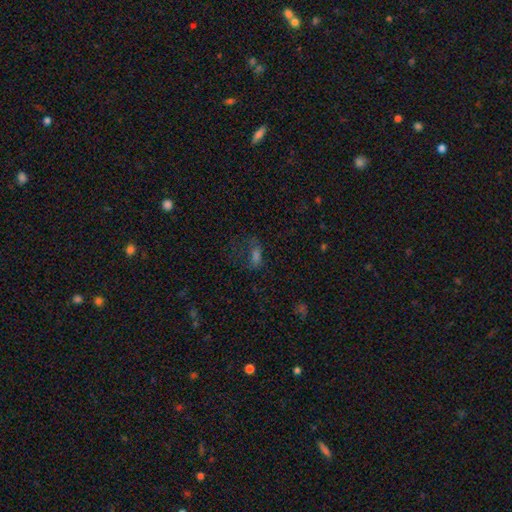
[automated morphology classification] Smooth or featured?
  - smooth: 54% *
  - star or artifact: 29%
  - featured or disk: 17%
How rounded?
  - in between: 75% *
  - cigar-shaped: 14%
  - round: 11%
Merging?
  - none: 41% *
  - major disturbance: 34%
  - minor disturbance: 21%
  - merger: 4%